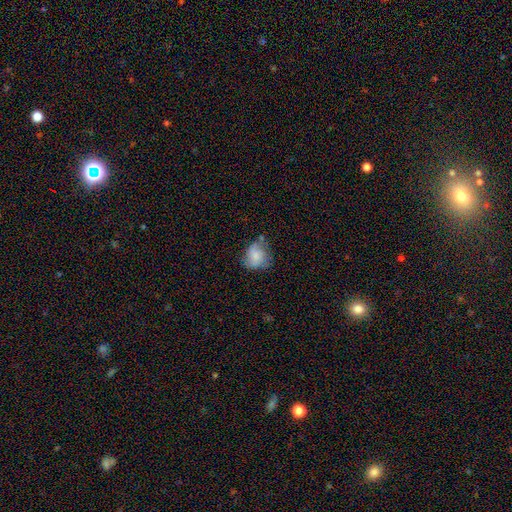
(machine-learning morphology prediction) A smooth galaxy with no disk features (63%) that is round (63%). Merging: none (47%).